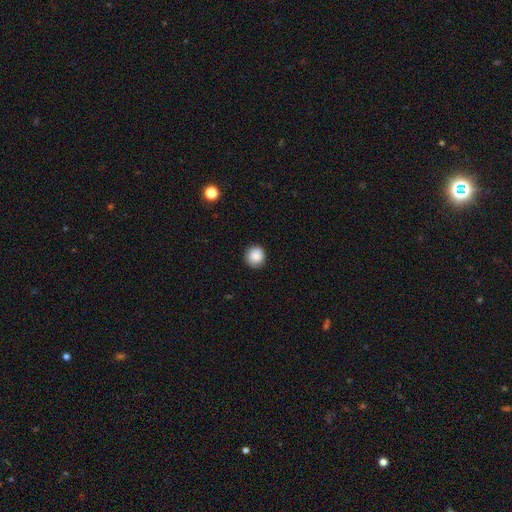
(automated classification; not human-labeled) Smooth or featured: smooth — 86% (star or artifact — 8%)
How rounded: round — 92% (in between — 7%)
Merging: none — 89% (minor disturbance — 8%)